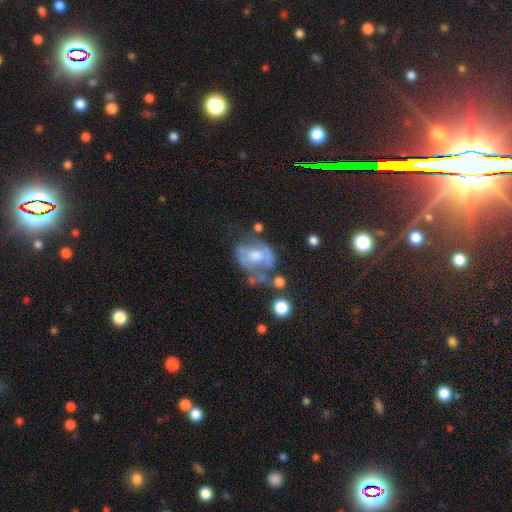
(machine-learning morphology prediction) Q: Smooth or featured?
A: featured or disk (66%); runner-up: smooth (25%)
Q: Edge-on disk?
A: no (96%); runner-up: yes (4%)
Q: Bar?
A: no (68%); runner-up: weak (25%)
Q: Spiral arms?
A: yes (55%); runner-up: no (45%)
Q: Bulge size?
A: moderate (58%); runner-up: large (25%)
Q: Merging?
A: none (40%); runner-up: minor disturbance (25%)